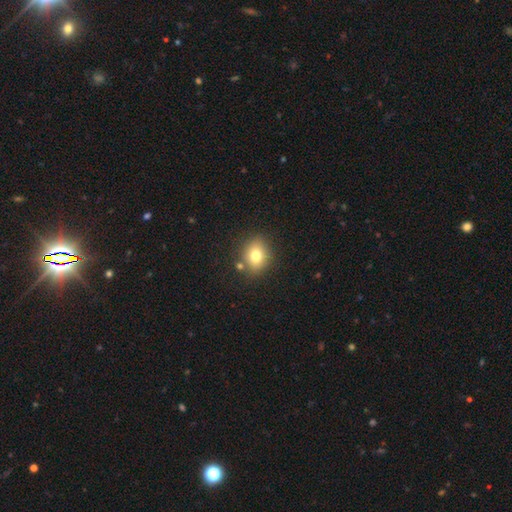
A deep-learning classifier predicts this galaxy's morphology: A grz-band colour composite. It shows a smooth galaxy with no disk features (77%) that is round (60%). Merging: none (78%).